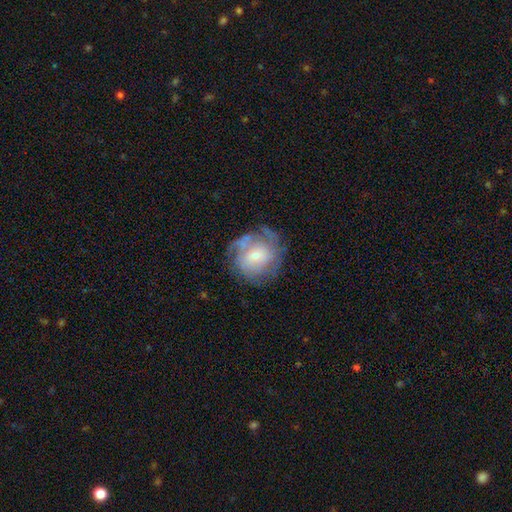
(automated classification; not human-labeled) Q: Smooth or featured?
A: featured or disk (64%); runner-up: smooth (28%)
Q: Edge-on disk?
A: no (97%); runner-up: yes (3%)
Q: Bar?
A: no (72%); runner-up: weak (24%)
Q: Spiral arms?
A: yes (79%); runner-up: no (21%)
Q: Bulge size?
A: small (63%); runner-up: moderate (29%)
Q: Merging?
A: none (63%); runner-up: minor disturbance (20%)